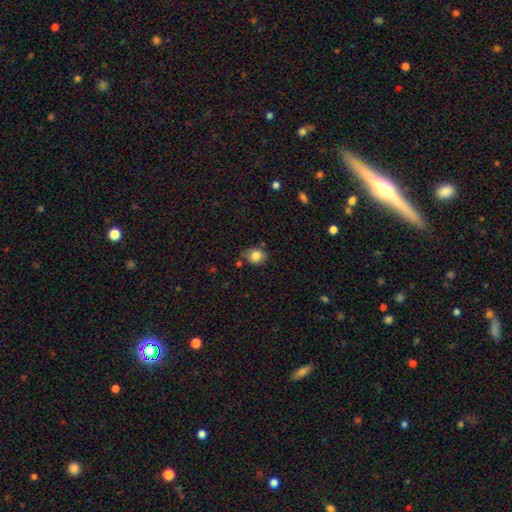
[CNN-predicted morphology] The model was most divided on "how rounded": round: 57%, in between: 42%, cigar-shaped: 1%. More confident: smooth or featured — smooth (82%); merging — none (68%).